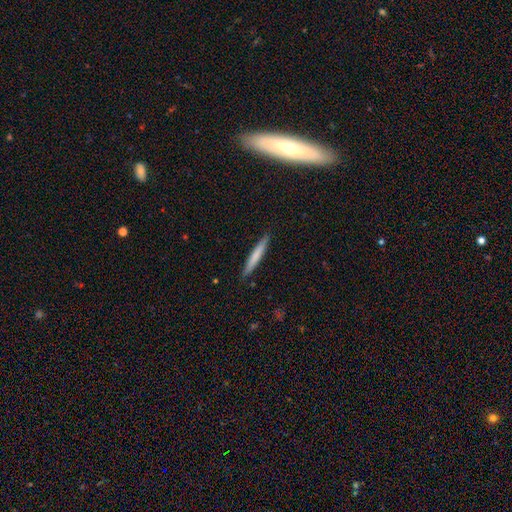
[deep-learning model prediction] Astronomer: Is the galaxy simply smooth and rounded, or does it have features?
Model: smooth — 70%.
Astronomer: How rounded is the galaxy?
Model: cigar-shaped — 95%.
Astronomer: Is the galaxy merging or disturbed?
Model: none — 90%.